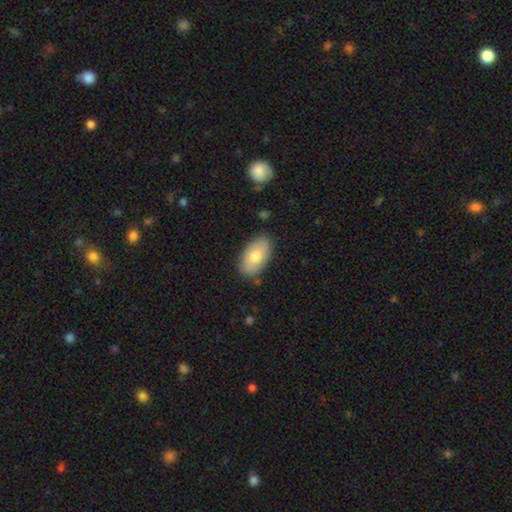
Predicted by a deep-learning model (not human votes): smooth 77%, featured or disk 17%, star or artifact 6%. Down the decision tree: how rounded — in between (94%); merging — none (82%).